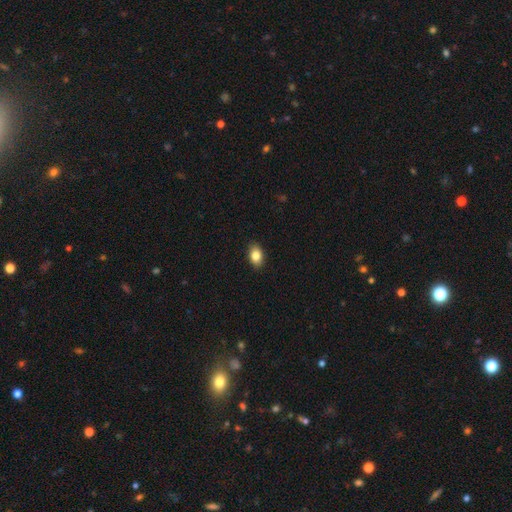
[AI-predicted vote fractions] Smooth or featured? smooth (84%)
How rounded? in between (84%)
Merging? none (89%)